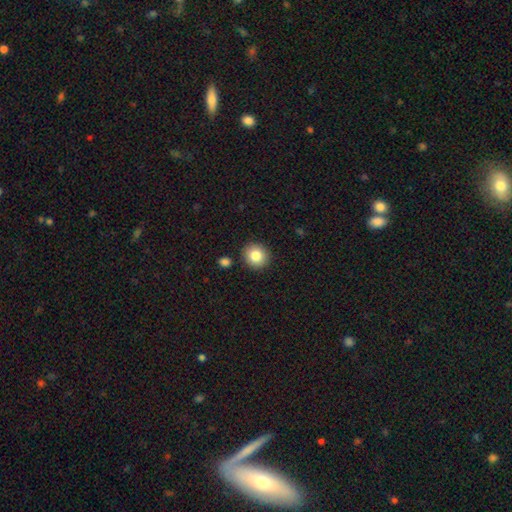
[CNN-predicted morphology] This appears to be a smooth galaxy with no disk features (83%) that is round (87%). Merging: none (89%).